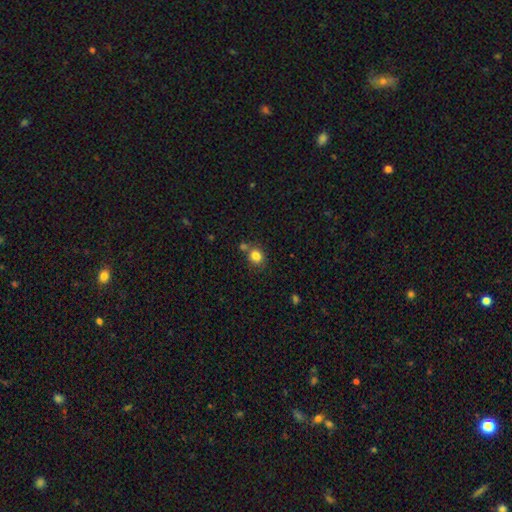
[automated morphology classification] This is clearly a smooth galaxy (83%). How rounded: likely round (77%). Merging: likely none (65%).